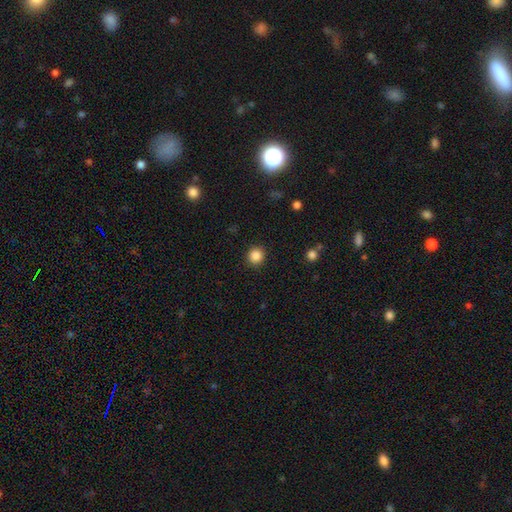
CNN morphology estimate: Smooth or featured: smooth — 86% (star or artifact — 11%)
How rounded: round — 94% (in between — 5%)
Merging: none — 91% (minor disturbance — 5%)